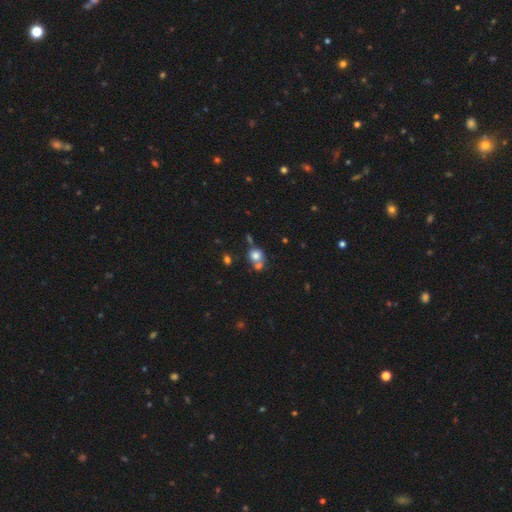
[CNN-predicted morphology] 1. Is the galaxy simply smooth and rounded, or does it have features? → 77% smooth, 12% star or artifact, 11% featured or disk.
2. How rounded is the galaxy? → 78% round, 21% in between, 1% cigar-shaped.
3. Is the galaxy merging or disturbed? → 45% none, 39% merger, 11% minor disturbance, 5% major disturbance.